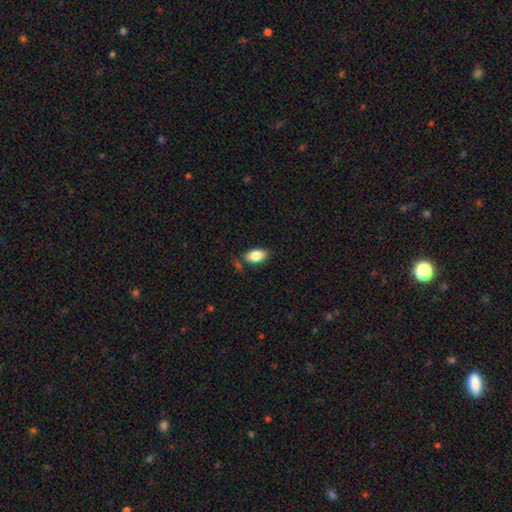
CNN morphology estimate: This is clearly a smooth galaxy (84%). How rounded: clearly in between (92%). Merging: likely none (76%).